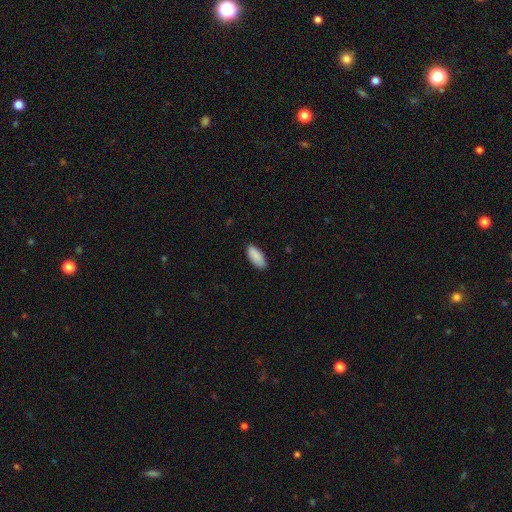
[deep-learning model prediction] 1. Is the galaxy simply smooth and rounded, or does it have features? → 91% smooth, 6% star or artifact, 4% featured or disk.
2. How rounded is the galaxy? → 85% in between, 13% cigar-shaped, 2% round.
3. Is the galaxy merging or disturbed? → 88% none, 9% minor disturbance, 2% major disturbance, 1% merger.